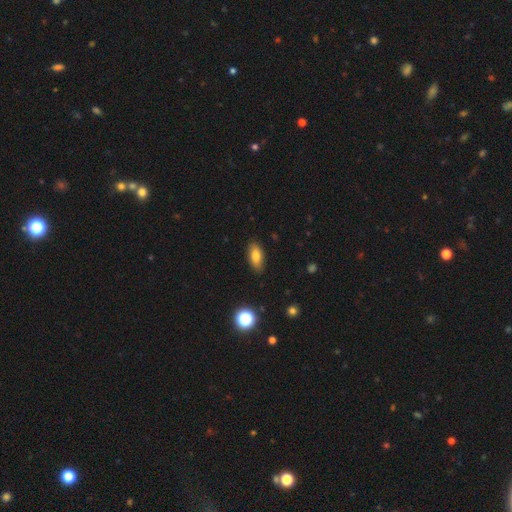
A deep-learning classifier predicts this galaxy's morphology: This is likely a smooth galaxy (80%). How rounded: clearly in between (84%). Merging: clearly none (85%).